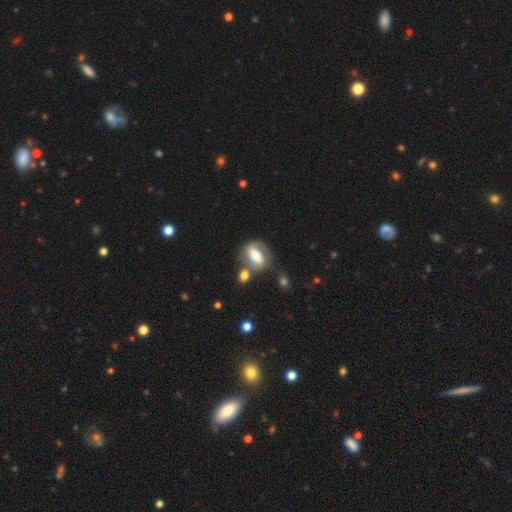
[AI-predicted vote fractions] Overall: featured or disk (61%; smooth 32%). Edge-on disk: no (94%). Bar: strong (44%; weak 32%). Spiral arms: yes (68%; no 32%). Bulge size: moderate (69%). Merging: none (55%; merger 18%).